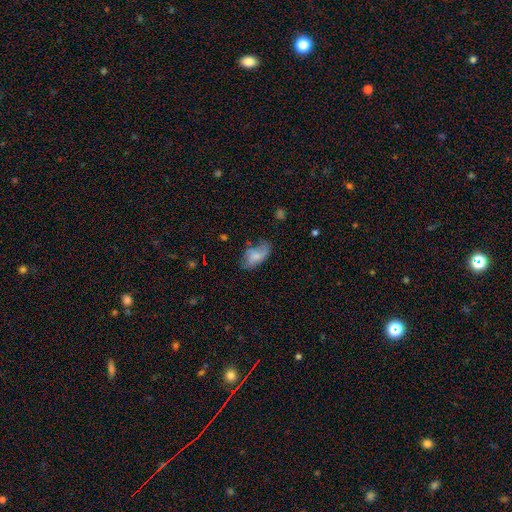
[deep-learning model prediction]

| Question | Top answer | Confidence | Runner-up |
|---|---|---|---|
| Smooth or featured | smooth | 58% | featured or disk (33%) |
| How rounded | in between | 92% | round (5%) |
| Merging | none | 49% | minor disturbance (31%) |